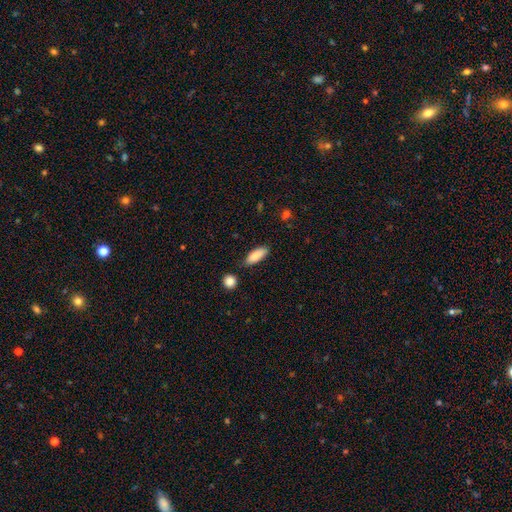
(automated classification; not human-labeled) The model was most divided on "how rounded": in between: 72%, cigar-shaped: 25%, round: 2%. More confident: smooth or featured — smooth (84%); merging — none (78%).